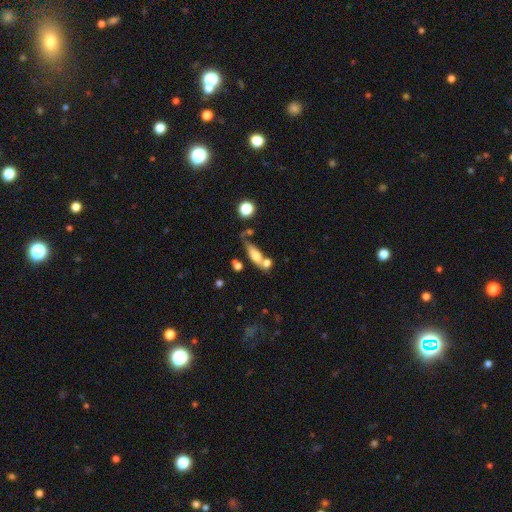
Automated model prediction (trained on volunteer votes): Smooth or featured? Predicted: smooth (p=0.59). How rounded? Predicted: in between (p=0.50). Merging? Predicted: none (p=0.45).